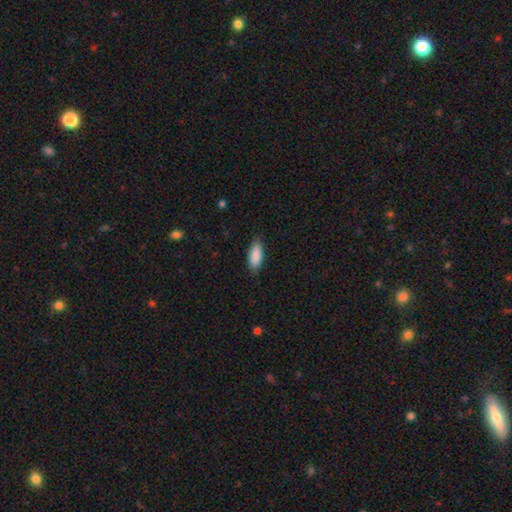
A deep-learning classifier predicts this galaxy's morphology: Smooth or featured? Predicted: smooth (p=0.89). How rounded? Predicted: in between (p=0.78). Merging? Predicted: none (p=0.84).